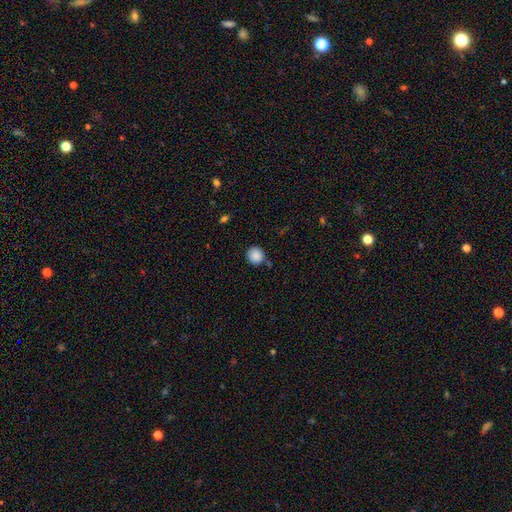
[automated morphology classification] Smooth or featured: smooth — 88% (star or artifact — 9%)
How rounded: round — 91% (in between — 8%)
Merging: none — 85% (minor disturbance — 9%)